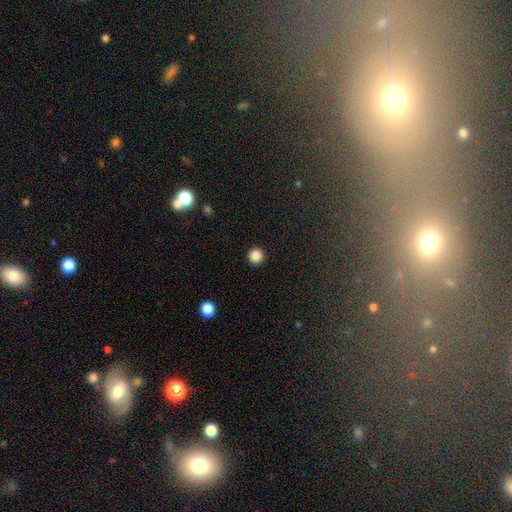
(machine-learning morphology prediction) Smooth or featured? Predicted: smooth (p=0.86). How rounded? Predicted: round (p=0.96). Merging? Predicted: none (p=0.93).